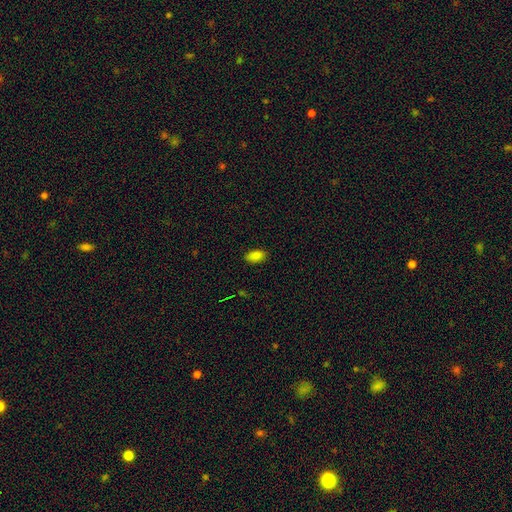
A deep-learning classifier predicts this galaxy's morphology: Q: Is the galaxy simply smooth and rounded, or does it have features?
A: smooth — 84%.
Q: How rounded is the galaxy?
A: in between — 93%.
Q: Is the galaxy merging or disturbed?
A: none — 85%.